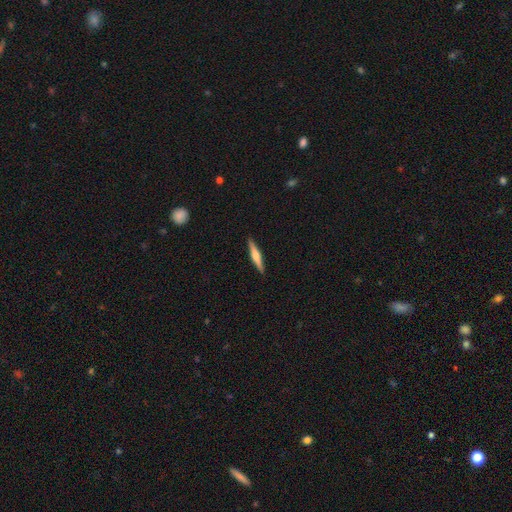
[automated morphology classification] Q: Smooth or featured?
A: featured or disk (56%); runner-up: smooth (39%)
Q: Edge-on disk?
A: yes (97%); runner-up: no (3%)
Q: Edge-on bulge?
A: rounded (75%); runner-up: boxy (14%)
Q: Merging?
A: none (91%); runner-up: minor disturbance (7%)